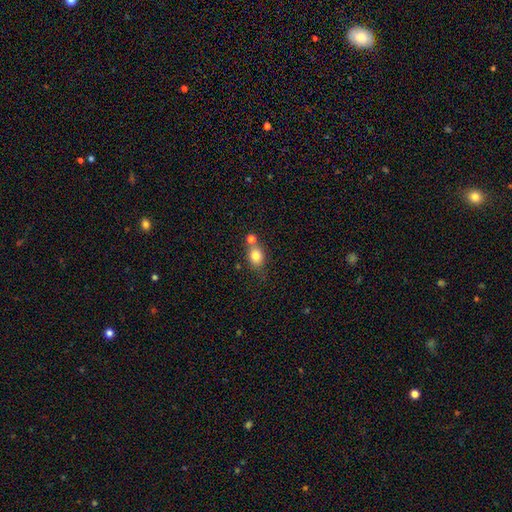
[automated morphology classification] A smooth galaxy with no disk features (81%) that is in between round and cigar-shaped (52%). Merging: none (52%).